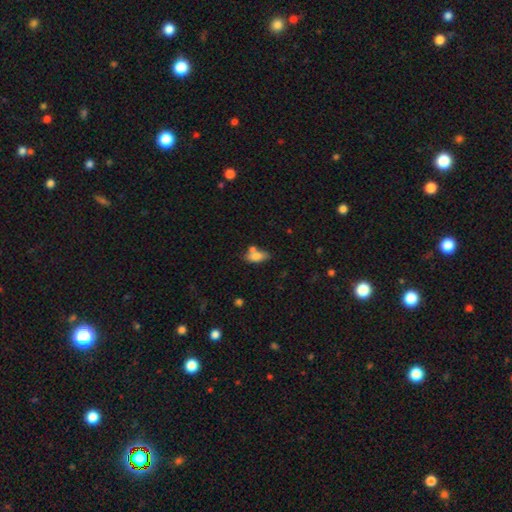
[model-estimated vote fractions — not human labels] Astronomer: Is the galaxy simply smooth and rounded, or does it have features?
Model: smooth — 77%.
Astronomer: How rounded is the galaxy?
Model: in between — 85%.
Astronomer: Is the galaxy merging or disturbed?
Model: none — 51% (runner-up: merger, 26%).